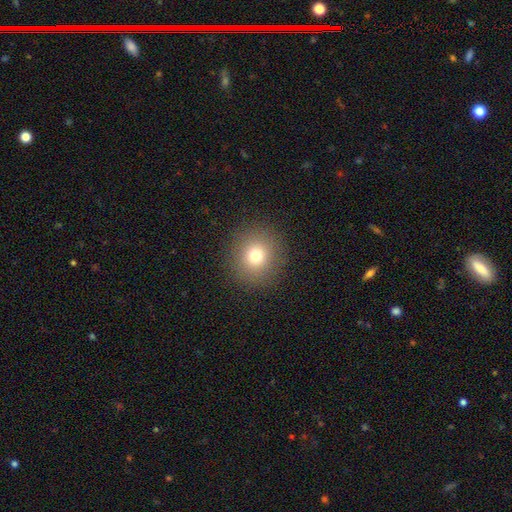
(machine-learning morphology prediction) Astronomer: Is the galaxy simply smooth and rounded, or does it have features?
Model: smooth — 75%.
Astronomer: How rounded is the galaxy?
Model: round — 88%.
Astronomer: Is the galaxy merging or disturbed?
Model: none — 90%.